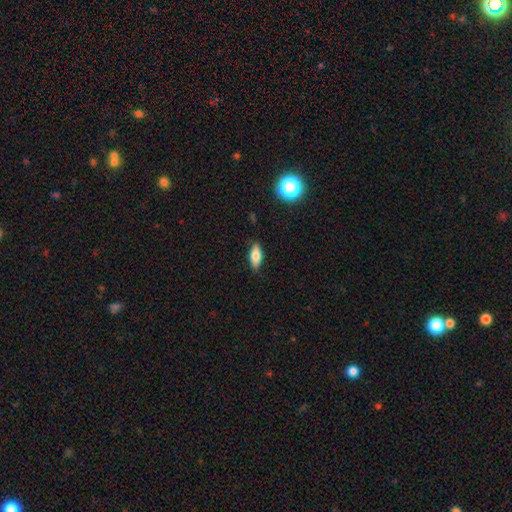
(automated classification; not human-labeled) Smooth or featured? smooth (71%)
How rounded? in between (75%)
Merging? none (83%)